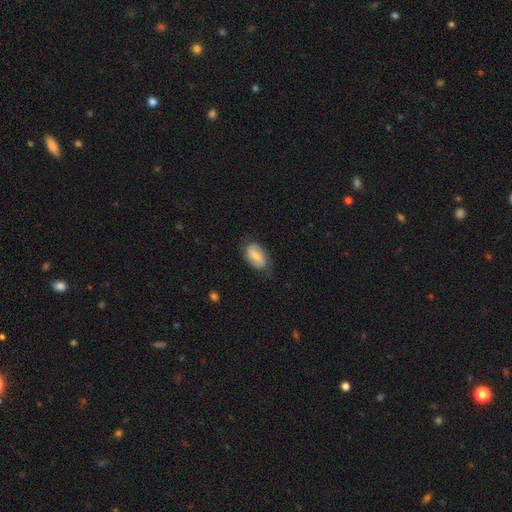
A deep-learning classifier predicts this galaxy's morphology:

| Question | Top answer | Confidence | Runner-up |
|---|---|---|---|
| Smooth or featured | smooth | 62% | featured or disk (31%) |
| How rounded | in between | 91% | round (5%) |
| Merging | none | 65% | minor disturbance (26%) |